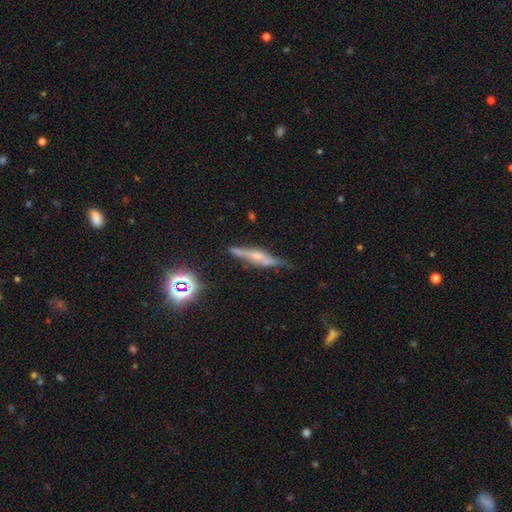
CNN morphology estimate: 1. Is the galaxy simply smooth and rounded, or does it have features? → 61% featured or disk, 26% smooth, 13% star or artifact.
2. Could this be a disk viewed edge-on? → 92% yes, 8% no.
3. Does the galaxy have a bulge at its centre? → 64% rounded, 20% boxy, 15% none.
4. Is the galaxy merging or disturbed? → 72% none, 20% minor disturbance, 5% major disturbance, 3% merger.